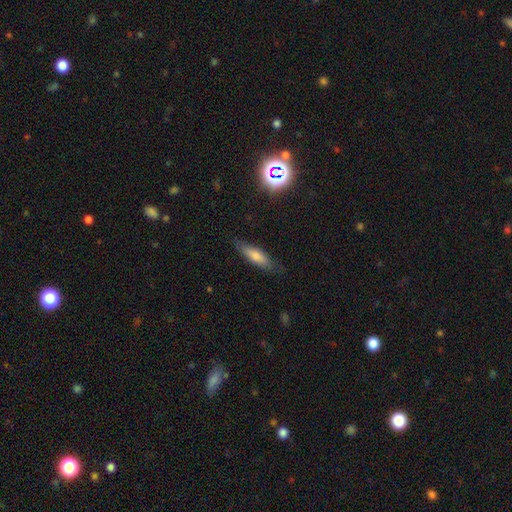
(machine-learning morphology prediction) Q: Smooth or featured?
A: smooth (67%); runner-up: featured or disk (24%)
Q: How rounded?
A: cigar-shaped (61%); runner-up: in between (37%)
Q: Merging?
A: none (80%); runner-up: minor disturbance (16%)